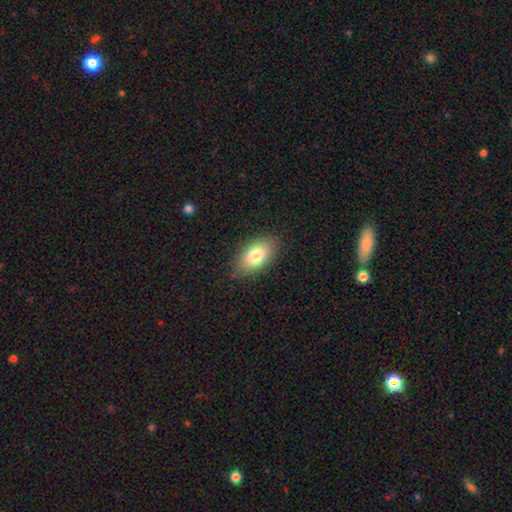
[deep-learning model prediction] A smooth galaxy with no disk features (79%) that is in between round and cigar-shaped (92%).

Vote fractions:
- Smooth or featured? smooth: 79% / featured or disk: 14% / star or artifact: 8%
- How rounded? in between: 92% / round: 5% / cigar-shaped: 3%
- Merging? none: 82% / minor disturbance: 13% / major disturbance: 3% / merger: 1%